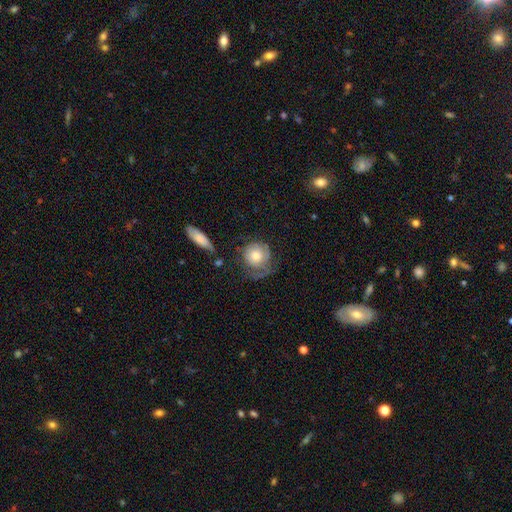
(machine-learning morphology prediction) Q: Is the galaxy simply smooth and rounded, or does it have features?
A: smooth — 52%.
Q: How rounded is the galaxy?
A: round — 84%.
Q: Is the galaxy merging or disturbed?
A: none — 43%.